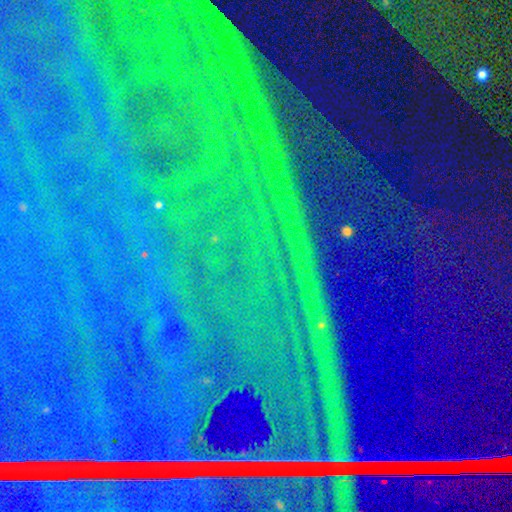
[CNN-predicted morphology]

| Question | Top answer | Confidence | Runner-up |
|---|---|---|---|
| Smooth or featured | star or artifact | 90% | featured or disk (6%) |